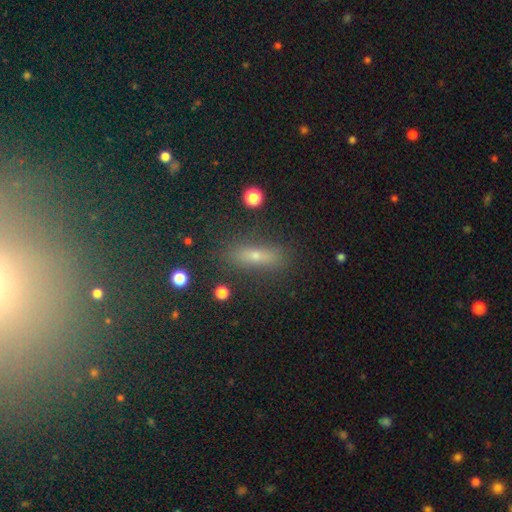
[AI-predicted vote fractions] This appears to be a smooth galaxy with no disk features (56%) that is cigar-shaped (57%). Merging: none (81%).